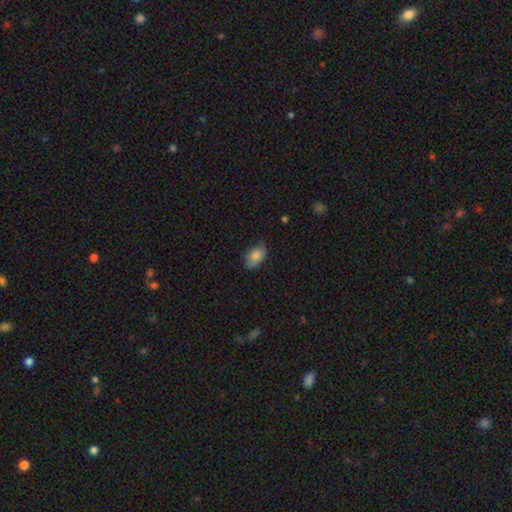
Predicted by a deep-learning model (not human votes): Morphology: type=smooth (77%); roundness=in between (90%); merging=none (66%).